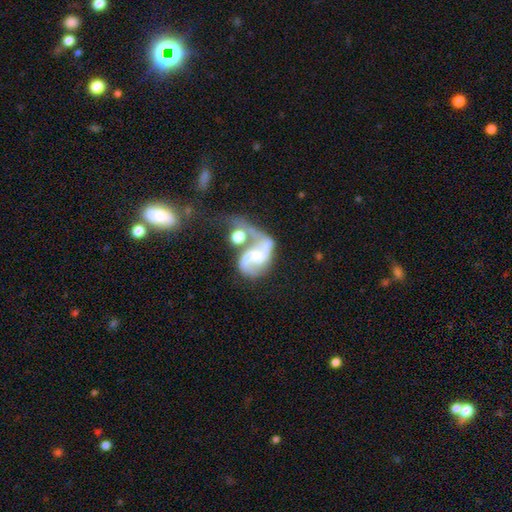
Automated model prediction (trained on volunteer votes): This appears to be a featured or disk galaxy (86%) with a weak bar (47%), 2 (88%) loose (58%) spiral arms (94%) and a small central bulge (38%). Merging: merger (40%).